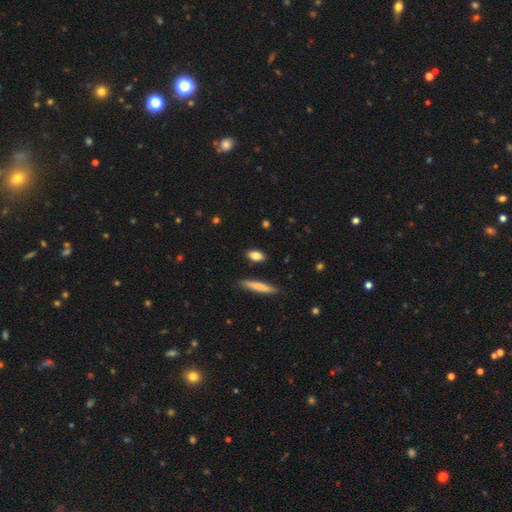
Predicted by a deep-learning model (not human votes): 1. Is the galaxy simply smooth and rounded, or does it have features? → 83% smooth, 10% featured or disk, 7% star or artifact.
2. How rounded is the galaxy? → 73% in between, 20% cigar-shaped, 6% round.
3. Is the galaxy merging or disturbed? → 86% none, 9% minor disturbance, 2% merger, 2% major disturbance.